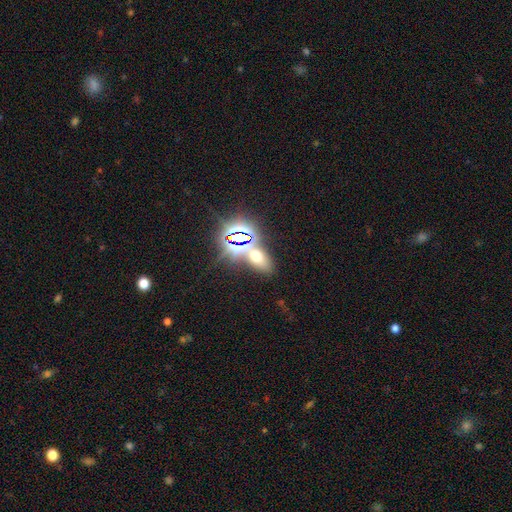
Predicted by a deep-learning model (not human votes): Smooth or featured: smooth — 46% (star or artifact — 41%)
Merging: none — 64% (merger — 20%)